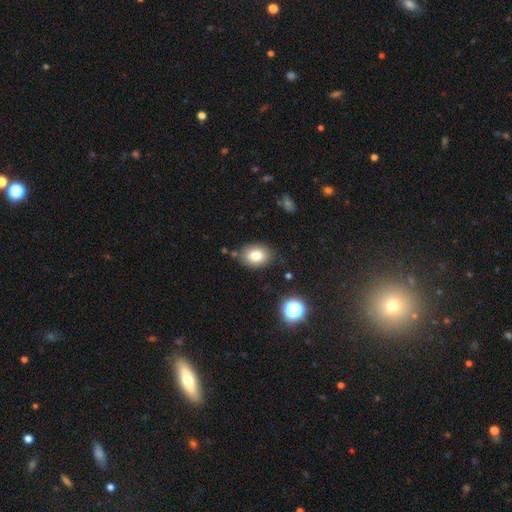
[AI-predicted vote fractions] A smooth galaxy with no disk features (82%) that is in between round and cigar-shaped (67%). Merging: none (78%).